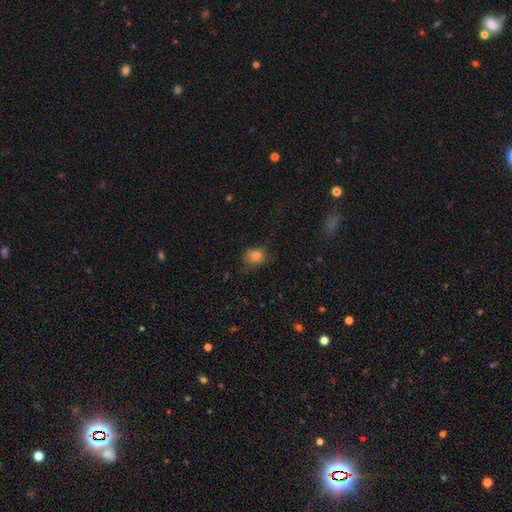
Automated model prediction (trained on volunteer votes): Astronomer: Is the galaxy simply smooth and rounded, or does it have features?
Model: smooth — 78%.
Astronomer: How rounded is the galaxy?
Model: round — 53% (runner-up: in between, 46%).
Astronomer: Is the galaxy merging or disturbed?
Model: none — 63%.